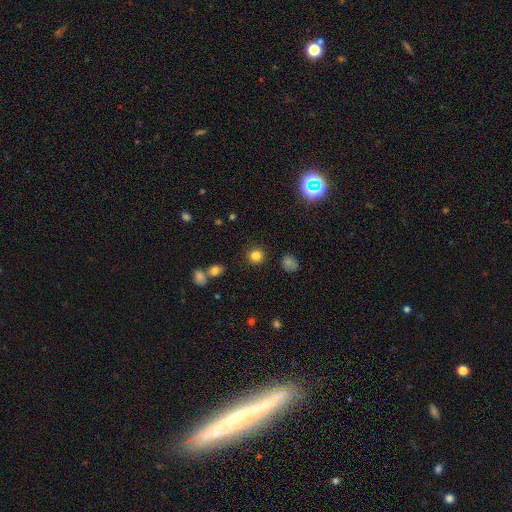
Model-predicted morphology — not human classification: This is clearly a smooth galaxy (82%). How rounded: clearly round (90%). Merging: clearly none (87%).